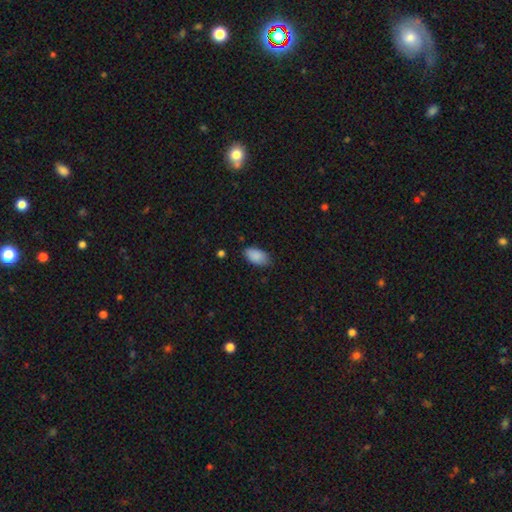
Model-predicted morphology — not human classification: Q: Smooth or featured?
A: smooth (89%); runner-up: star or artifact (7%)
Q: How rounded?
A: in between (94%); runner-up: round (4%)
Q: Merging?
A: none (79%); runner-up: minor disturbance (17%)